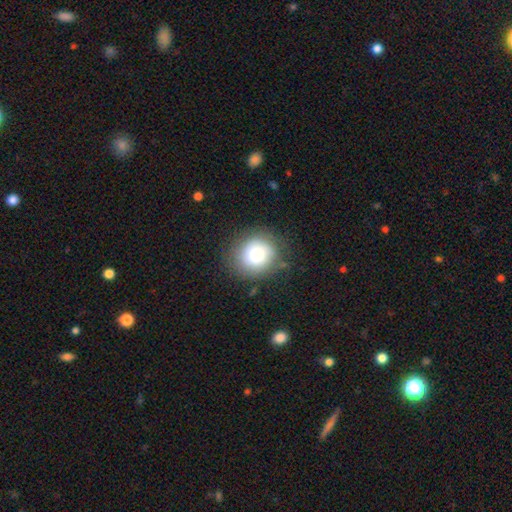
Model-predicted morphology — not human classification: The model was most divided on "smooth or featured": smooth: 72%, featured or disk: 17%, star or artifact: 11%. More confident: how rounded — round (87%); merging — none (80%).